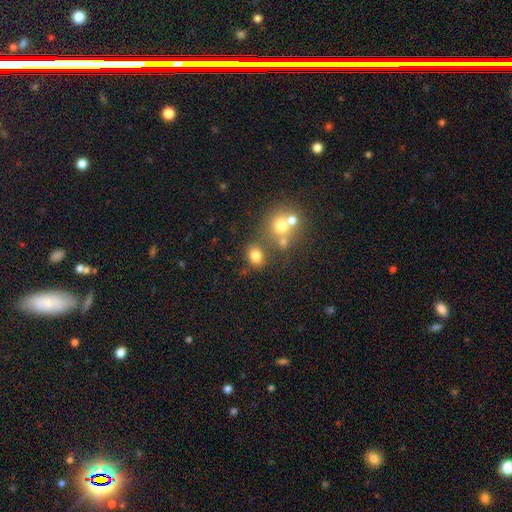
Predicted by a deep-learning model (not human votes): The model was most divided on "how rounded": in between: 51%, round: 47%, cigar-shaped: 1%. More confident: smooth or featured — smooth (75%); merging — none (64%).